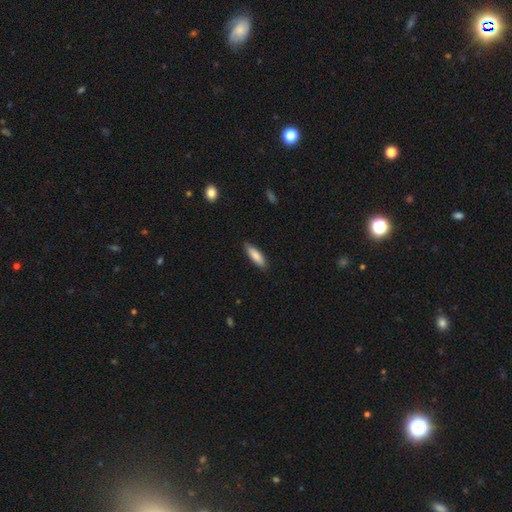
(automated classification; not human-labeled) This is clearly a smooth galaxy (84%). How rounded: possibly cigar-shaped (54%). Merging: clearly none (85%).